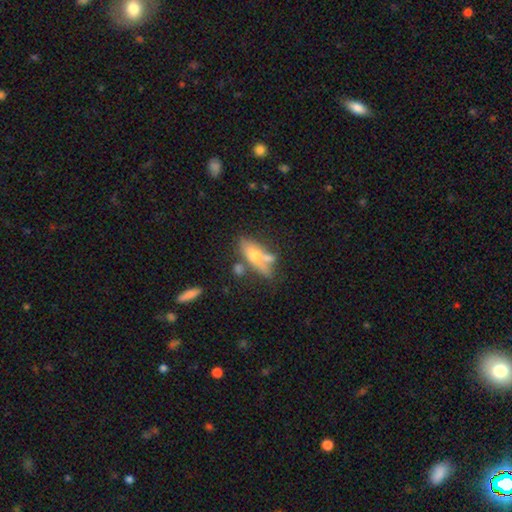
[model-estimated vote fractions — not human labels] A smooth galaxy with no disk features (52%) that is in between round and cigar-shaped (61%).

Vote fractions:
- Smooth or featured? smooth: 52% / featured or disk: 40% / star or artifact: 8%
- How rounded? in between: 61% / cigar-shaped: 35% / round: 5%
- Merging? none: 44% / merger: 29% / minor disturbance: 18% / major disturbance: 9%